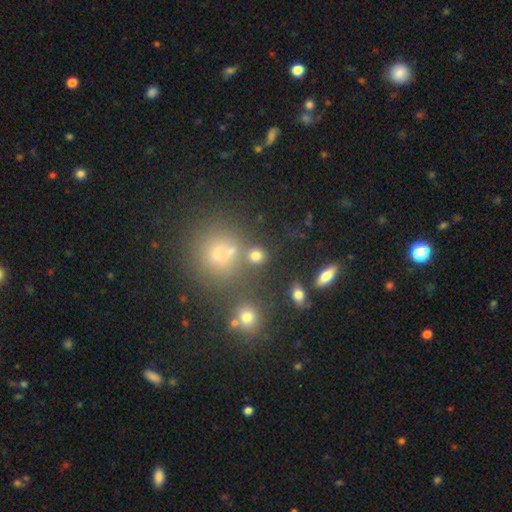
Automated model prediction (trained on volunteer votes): The model was most divided on "merging": none: 73%, merger: 13%, minor disturbance: 9%, major disturbance: 5%. More confident: how rounded — round (84%); smooth or featured — smooth (77%).